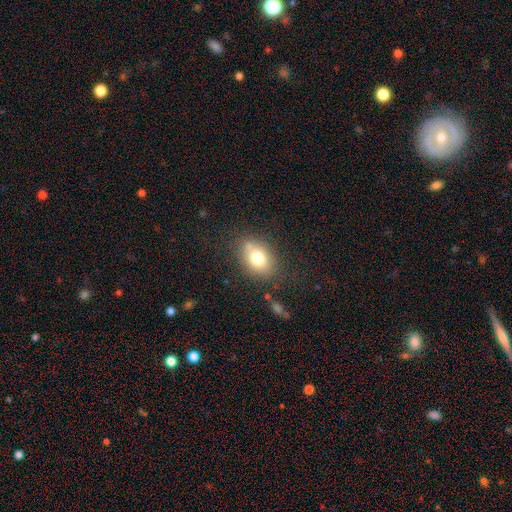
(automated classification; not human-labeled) smooth-or-featured: smooth: 74% | featured or disk: 16% | star or artifact: 11%
  how-rounded: in between: 67% | round: 32% | cigar-shaped: 2%
  merging: none: 71% | minor disturbance: 17% | merger: 8% | major disturbance: 5%